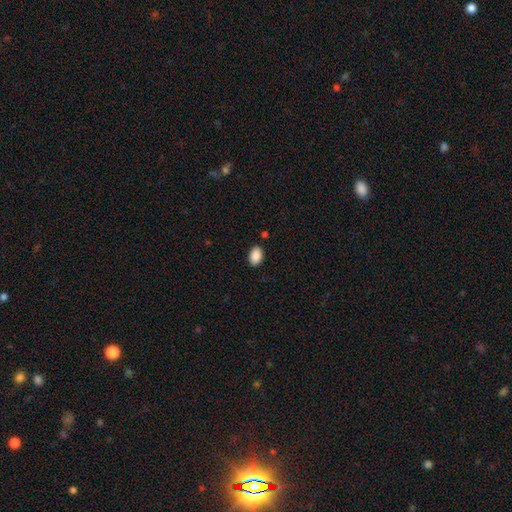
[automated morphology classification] A smooth galaxy with no disk features (90%) that is in between round and cigar-shaped (89%). Merging: none (87%).